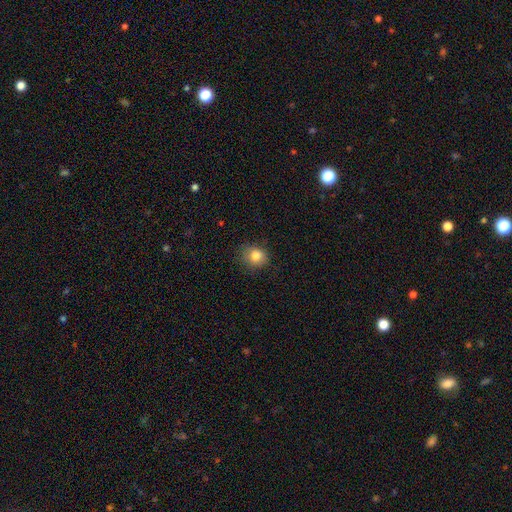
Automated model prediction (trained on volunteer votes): smooth 82%, star or artifact 11%, featured or disk 7%. Down the decision tree: how rounded — round (70%); merging — none (77%).